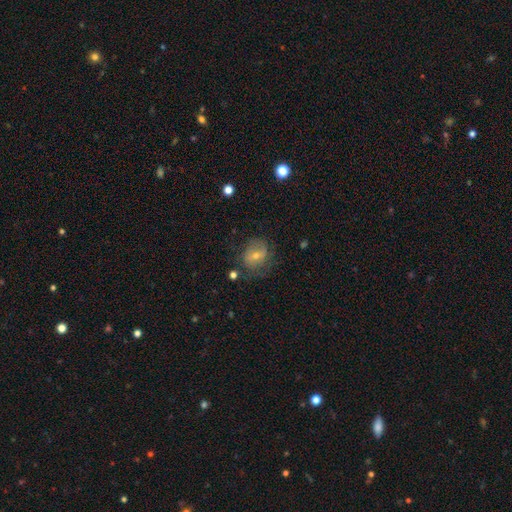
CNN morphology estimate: The model was most divided on "smooth or featured": smooth: 46%, featured or disk: 44%, star or artifact: 10%. More confident: merging — none (58%).